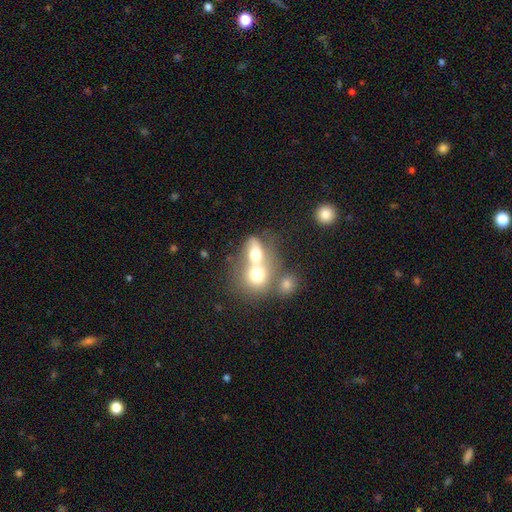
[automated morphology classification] Q: Smooth or featured?
A: smooth (63%); runner-up: featured or disk (25%)
Q: How rounded?
A: in between (50%); runner-up: round (48%)
Q: Merging?
A: merger (71%); runner-up: none (17%)